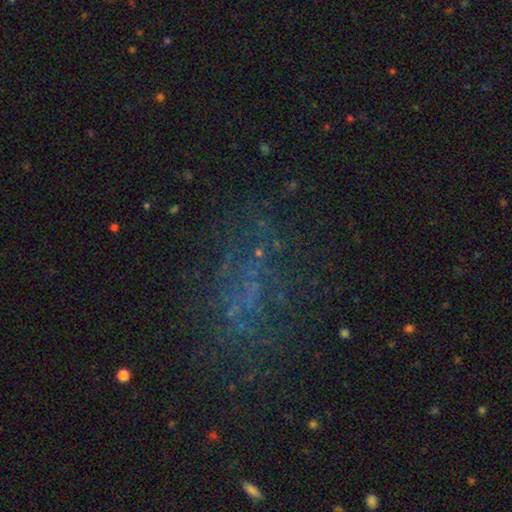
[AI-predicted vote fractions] Smooth or featured: featured or disk — 38% (star or artifact — 36%)
Merging: none — 57% (major disturbance — 24%)